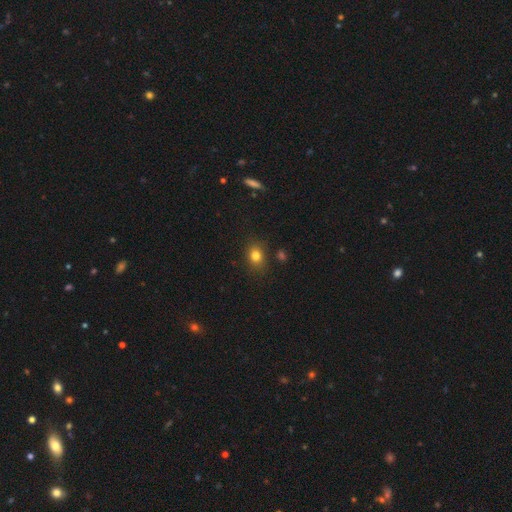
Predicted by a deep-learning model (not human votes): A smooth galaxy with no disk features (80%) that is round (50%).

Vote fractions:
- Smooth or featured? smooth: 80% / star or artifact: 13% / featured or disk: 7%
- How rounded? round: 50% / in between: 49% / cigar-shaped: 1%
- Merging? none: 83% / minor disturbance: 11% / major disturbance: 3% / merger: 2%